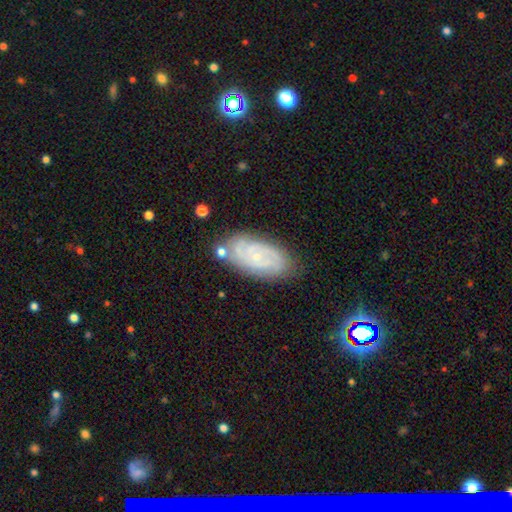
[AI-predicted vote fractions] smooth_or_featured: featured or disk (p=0.78) [alt: smooth p=0.14]
disk_edge_on: no (p=0.95) [alt: yes p=0.05]
bar: no (p=0.71) [alt: weak p=0.24]
has_spiral_arms: yes (p=0.95) [alt: no p=0.05]
spiral_winding: tight (p=0.68) [alt: medium p=0.26]
spiral_arm_count: 2 (p=0.33) [alt: can't tell p=0.26]
bulge_size: small (p=0.79) [alt: moderate p=0.16]
merging: none (p=0.74) [alt: minor disturbance p=0.17]